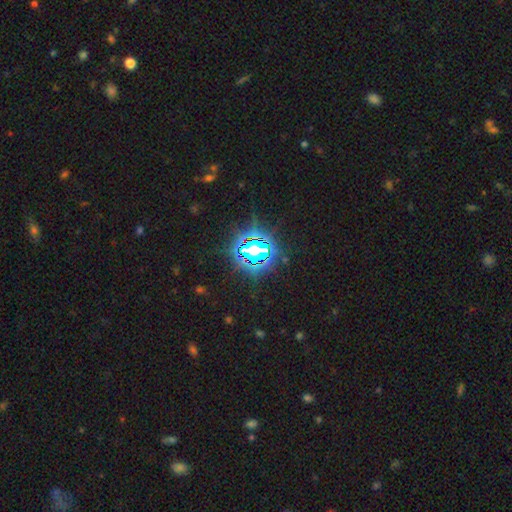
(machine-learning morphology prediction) Smooth or featured? star or artifact (79%)